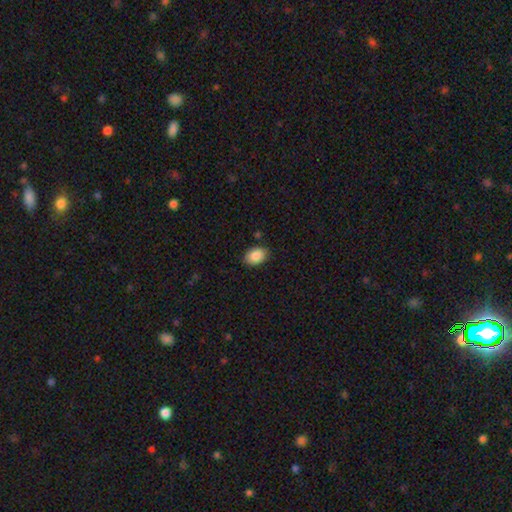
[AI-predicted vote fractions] This appears to be a smooth galaxy with no disk features (88%) that is in between round and cigar-shaped (79%). Merging: none (86%).